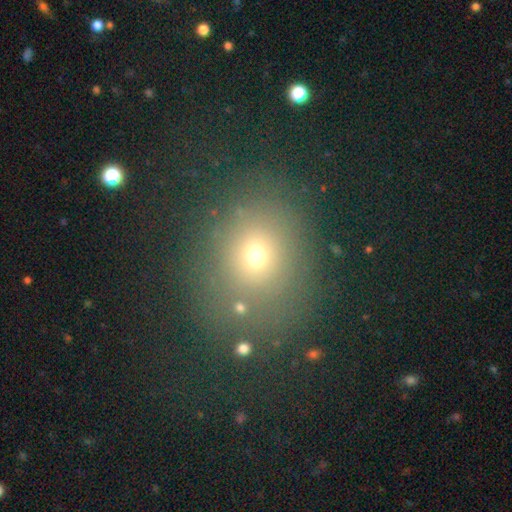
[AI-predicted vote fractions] Smooth or featured?
  - smooth: 65% *
  - star or artifact: 23%
  - featured or disk: 11%
How rounded?
  - round: 66% *
  - in between: 33%
  - cigar-shaped: 1%
Merging?
  - none: 74% *
  - minor disturbance: 13%
  - major disturbance: 9%
  - merger: 4%